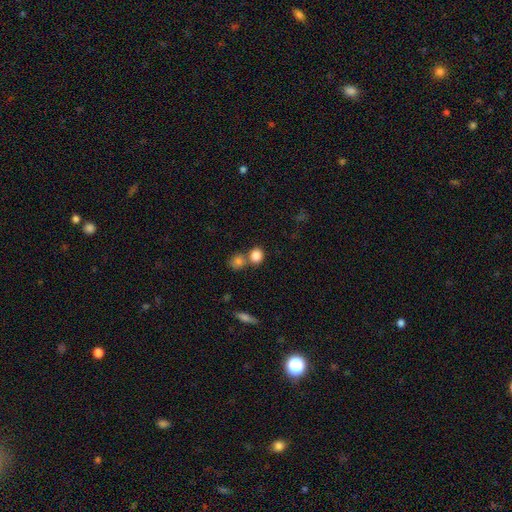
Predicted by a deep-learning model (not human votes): smooth 84%, star or artifact 10%, featured or disk 6%. Down the decision tree: how rounded — round (78%); merging — none (55%).